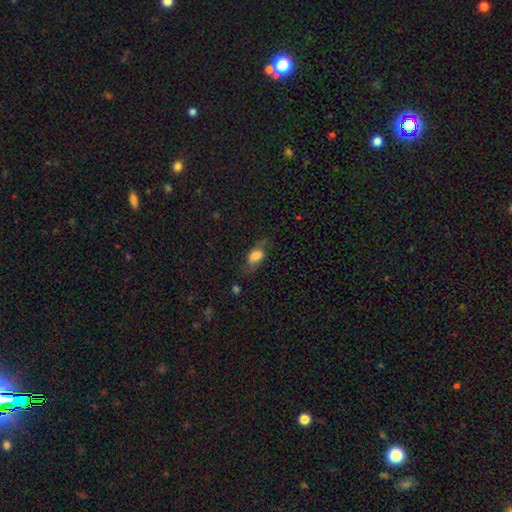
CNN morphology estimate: Overall: smooth (72%). How rounded: in between (83%). Merging: none (57%; minor disturbance 27%).